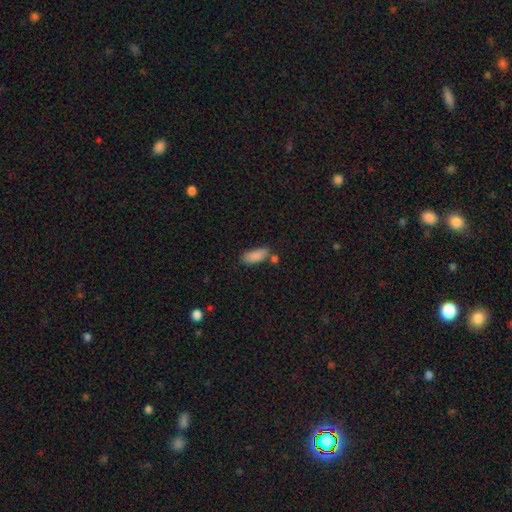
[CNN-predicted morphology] Q: Smooth or featured?
A: smooth (87%); runner-up: star or artifact (7%)
Q: How rounded?
A: in between (77%); runner-up: cigar-shaped (21%)
Q: Merging?
A: none (65%); runner-up: minor disturbance (19%)